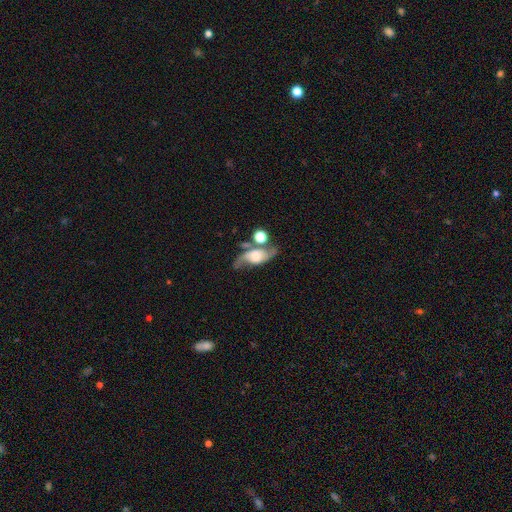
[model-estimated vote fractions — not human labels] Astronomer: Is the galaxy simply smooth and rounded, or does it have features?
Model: featured or disk — 71%.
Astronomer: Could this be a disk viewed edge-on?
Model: no — 90%.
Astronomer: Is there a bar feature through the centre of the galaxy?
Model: no — 56% (runner-up: weak, 32%).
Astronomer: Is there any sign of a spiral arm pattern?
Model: yes — 90%.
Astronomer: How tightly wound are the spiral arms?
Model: loose — 61%.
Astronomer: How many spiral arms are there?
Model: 2 — 89%.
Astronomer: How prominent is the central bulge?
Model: moderate — 34% (runner-up: large, 25%).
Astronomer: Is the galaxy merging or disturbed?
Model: none — 50%.